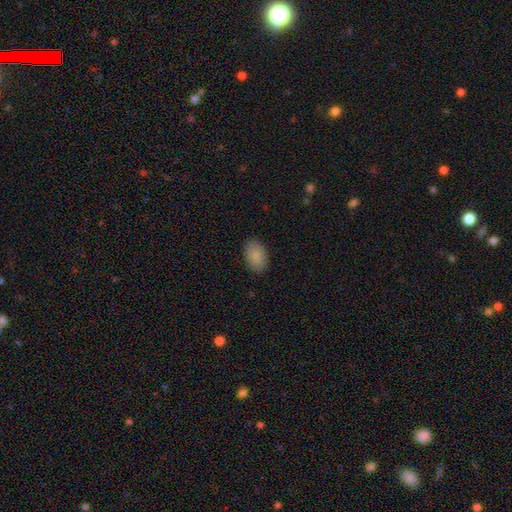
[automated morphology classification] Smooth or featured: smooth — 88% (star or artifact — 7%)
How rounded: in between — 90% (round — 9%)
Merging: none — 88% (minor disturbance — 9%)